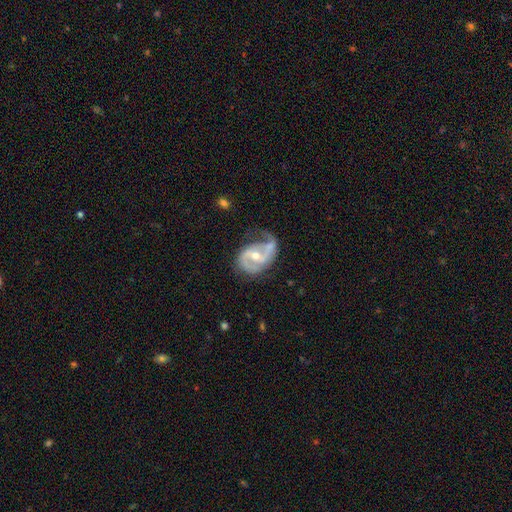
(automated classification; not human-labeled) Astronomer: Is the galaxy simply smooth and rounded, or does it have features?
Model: featured or disk — 89%.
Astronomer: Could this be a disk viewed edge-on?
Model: no — 98%.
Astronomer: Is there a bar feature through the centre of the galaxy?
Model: weak — 44% (runner-up: no, 30%).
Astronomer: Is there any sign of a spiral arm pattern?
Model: yes — 96%.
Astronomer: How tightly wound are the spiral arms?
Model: medium — 51% (runner-up: loose, 28%).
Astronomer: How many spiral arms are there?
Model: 2 — 85%.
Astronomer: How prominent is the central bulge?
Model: moderate — 57% (runner-up: small, 39%).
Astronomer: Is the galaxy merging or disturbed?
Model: none — 51% (runner-up: minor disturbance, 27%).